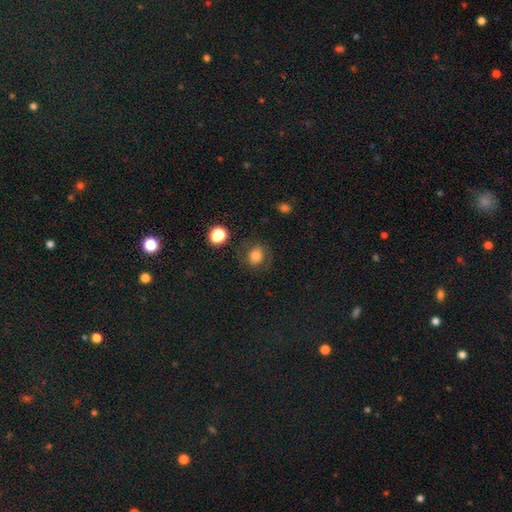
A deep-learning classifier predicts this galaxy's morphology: Smooth or featured? smooth (68%)
How rounded? round (64%)
Merging? none (73%)